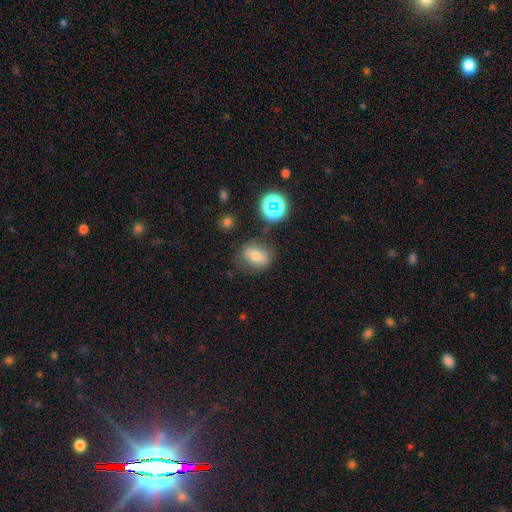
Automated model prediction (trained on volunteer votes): This appears to be a smooth galaxy with no disk features (63%) that is in between round and cigar-shaped (50%). Merging: none (71%).